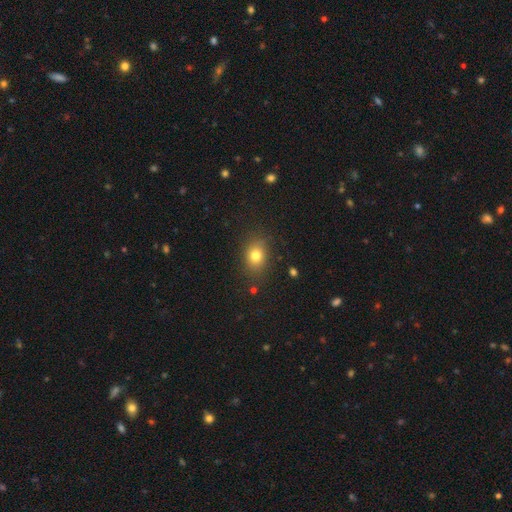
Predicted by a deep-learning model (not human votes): smooth 78%, star or artifact 12%, featured or disk 10%. Down the decision tree: how rounded — in between (54%); merging — none (82%).